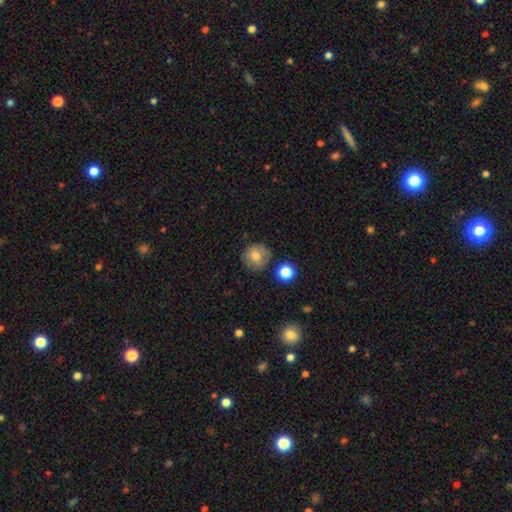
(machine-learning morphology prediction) A smooth galaxy with no disk features (75%) that is round (93%). Merging: none (81%).